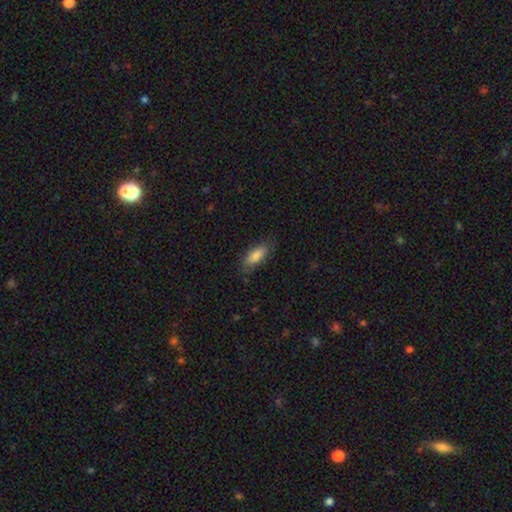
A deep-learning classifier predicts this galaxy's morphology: smooth_or_featured: smooth (p=0.82) [alt: featured or disk p=0.12]
how_rounded: in between (p=0.78) [alt: cigar-shaped p=0.20]
merging: none (p=0.74) [alt: minor disturbance p=0.19]